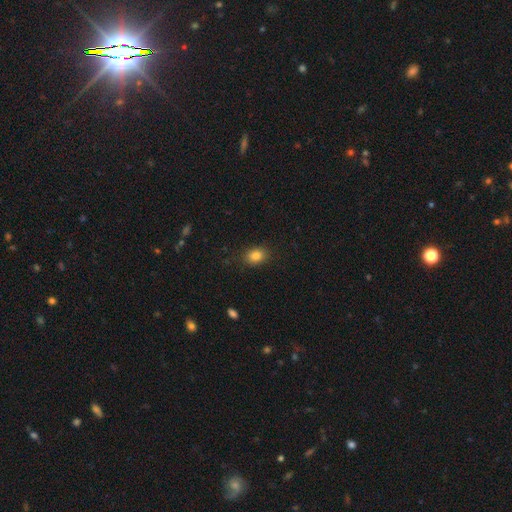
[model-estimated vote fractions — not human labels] smooth 84%, star or artifact 10%, featured or disk 6%. Down the decision tree: how rounded — in between (65%); merging — none (85%).